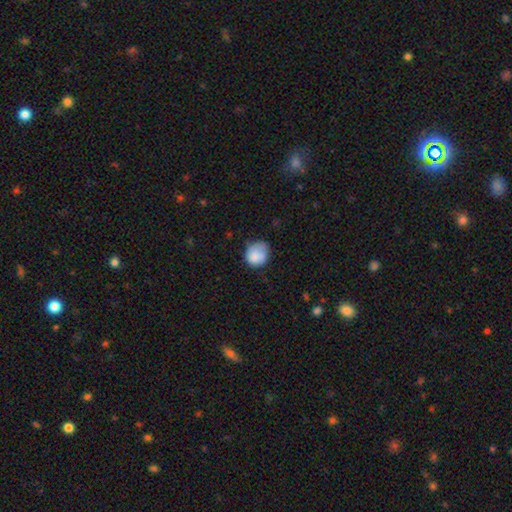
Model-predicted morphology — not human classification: A smooth galaxy with no disk features (82%) that is round (74%).

Vote fractions:
- Smooth or featured? smooth: 82% / featured or disk: 10% / star or artifact: 8%
- How rounded? round: 74% / in between: 26% / cigar-shaped: 1%
- Merging? none: 51% / minor disturbance: 34% / major disturbance: 11% / merger: 4%